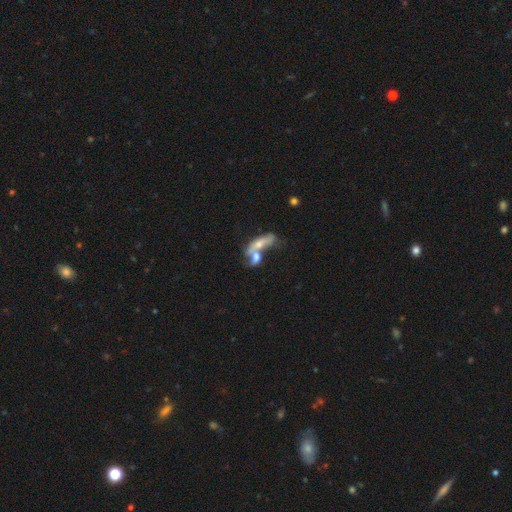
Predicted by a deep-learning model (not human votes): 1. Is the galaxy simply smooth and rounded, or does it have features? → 50% smooth, 41% featured or disk, 9% star or artifact.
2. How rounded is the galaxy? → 63% in between, 30% cigar-shaped, 7% round.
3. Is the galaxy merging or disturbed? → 67% merger, 17% none, 8% minor disturbance, 8% major disturbance.